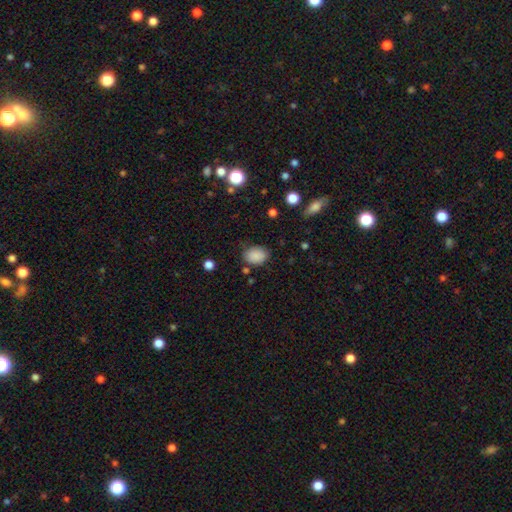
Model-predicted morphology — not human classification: smooth_or_featured: smooth (p=0.87) [alt: star or artifact p=0.09]
how_rounded: in between (p=0.68) [alt: round p=0.32]
merging: none (p=0.74) [alt: minor disturbance p=0.19]